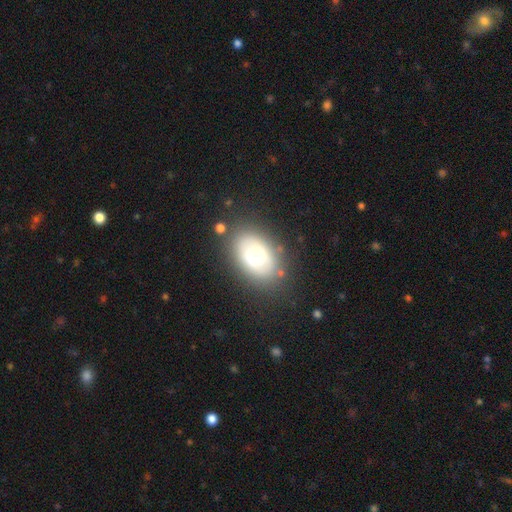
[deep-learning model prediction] Smooth or featured: smooth — 57% (featured or disk — 33%)
How rounded: in between — 83% (round — 16%)
Merging: none — 75% (minor disturbance — 15%)